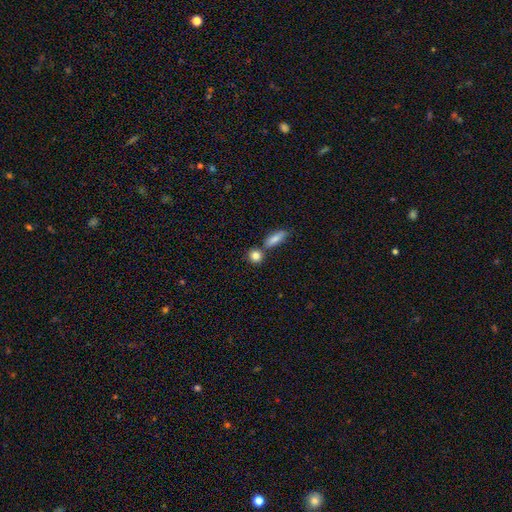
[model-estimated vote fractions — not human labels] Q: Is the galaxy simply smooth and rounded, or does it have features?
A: smooth — 84%.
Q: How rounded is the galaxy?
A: round — 76%.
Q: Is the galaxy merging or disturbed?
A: none — 62%.